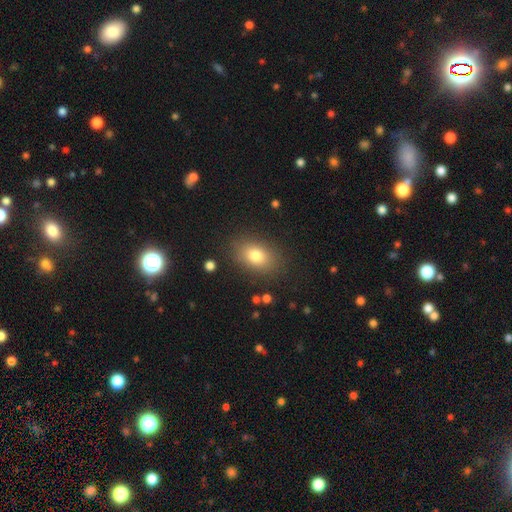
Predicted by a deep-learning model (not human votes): A smooth galaxy with no disk features (79%) that is in between round and cigar-shaped (80%). Merging: none (84%).